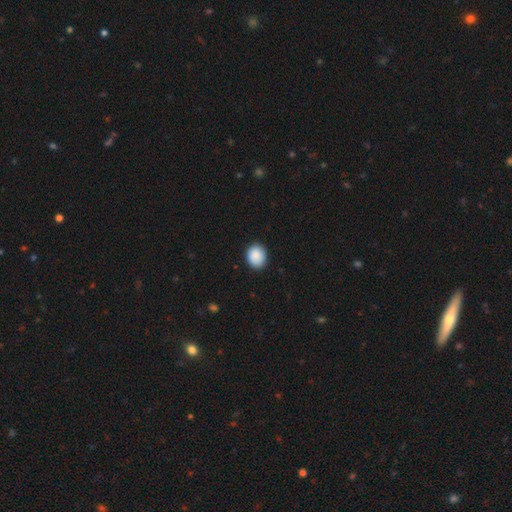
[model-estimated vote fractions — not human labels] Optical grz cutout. It shows a smooth galaxy with no disk features (89%) that is round (56%). Merging: none (87%).